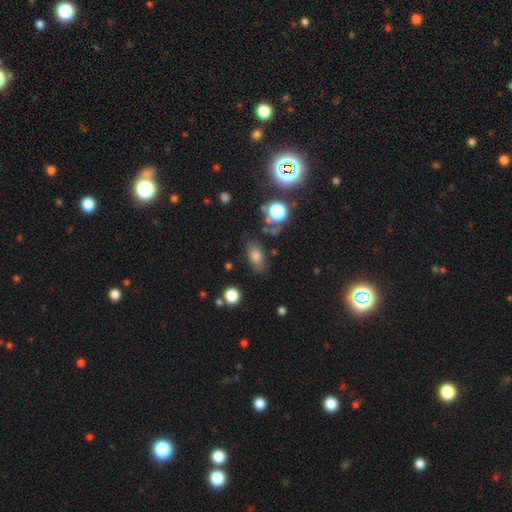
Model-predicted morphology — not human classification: The model was most divided on "smooth or featured": smooth: 74%, star or artifact: 16%, featured or disk: 11%. More confident: how rounded — in between (83%); merging — none (76%).